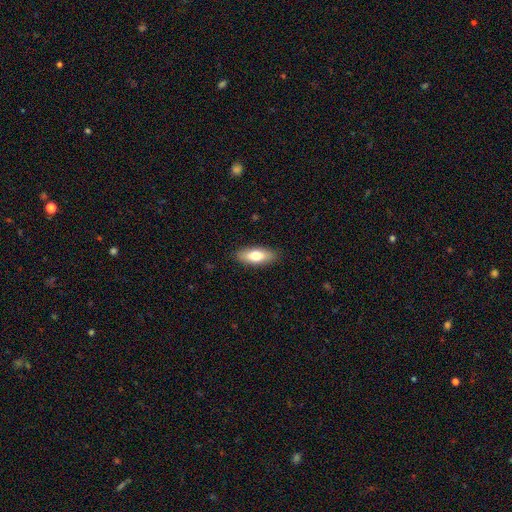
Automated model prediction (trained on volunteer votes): This is likely a smooth galaxy (73%). How rounded: likely in between (75%). Merging: clearly none (88%).